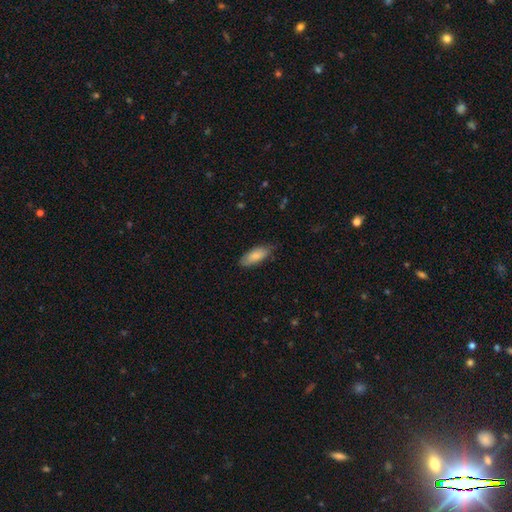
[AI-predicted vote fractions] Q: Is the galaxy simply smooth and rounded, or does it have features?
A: smooth — 84%.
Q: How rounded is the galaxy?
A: in between — 79%.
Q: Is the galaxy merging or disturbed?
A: none — 72%.